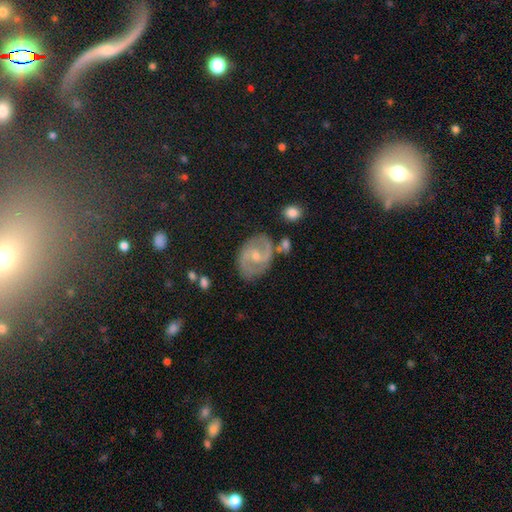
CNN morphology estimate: Smooth or featured? Predicted: featured or disk (p=0.79). Edge-on disk? Predicted: no (p=0.97). Bar? Predicted: weak (p=0.50). Spiral arms? Predicted: yes (p=0.91). Spiral winding? Predicted: medium (p=0.54). Spiral arm count? Predicted: 2 (p=0.89). Bulge size? Predicted: small (p=0.49). Merging? Predicted: none (p=0.74).